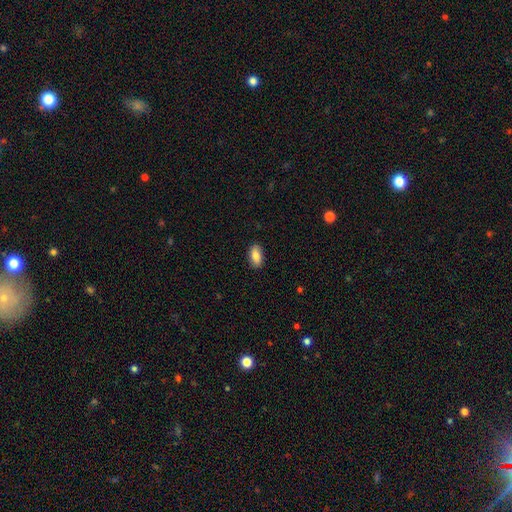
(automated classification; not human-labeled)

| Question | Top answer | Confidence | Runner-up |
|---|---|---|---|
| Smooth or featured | smooth | 85% | featured or disk (8%) |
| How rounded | in between | 92% | cigar-shaped (4%) |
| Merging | none | 89% | minor disturbance (9%) |